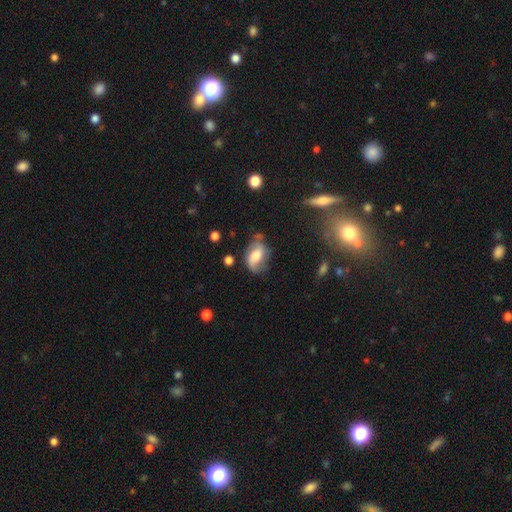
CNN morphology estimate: smooth_or_featured: featured or disk (p=0.47) [alt: smooth p=0.43]
merging: none (p=0.51) [alt: minor disturbance p=0.30]